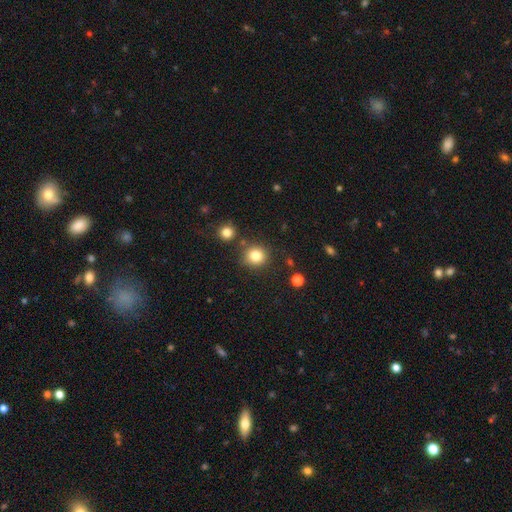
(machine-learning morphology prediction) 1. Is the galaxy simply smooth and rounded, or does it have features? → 83% smooth, 11% star or artifact, 6% featured or disk.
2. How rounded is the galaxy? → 88% round, 11% in between, 1% cigar-shaped.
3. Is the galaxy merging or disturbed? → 81% none, 9% minor disturbance, 7% merger, 3% major disturbance.